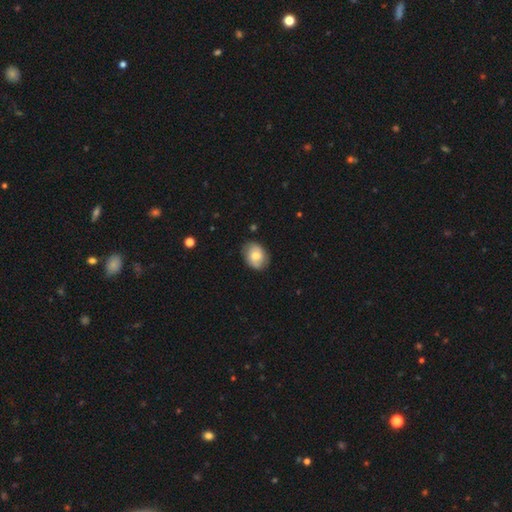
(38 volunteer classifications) A smooth galaxy with no disk features (71%) that is round (52%).

Vote fractions:
- Smooth or featured? smooth: 71% / featured or disk: 26% / star or artifact: 3%
- How rounded? round: 52% / in between: 44% / cigar-shaped: 4%
- Merging? none: 70% / minor disturbance: 27% / major disturbance: 3% / merger: 0%